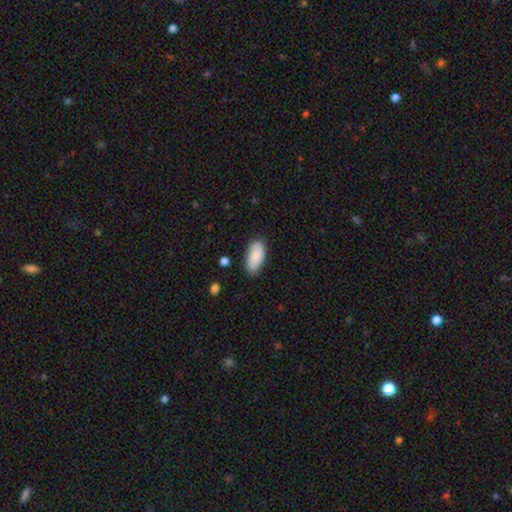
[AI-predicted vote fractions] Smooth or featured?
  - smooth: 84% *
  - featured or disk: 10%
  - star or artifact: 6%
How rounded?
  - in between: 92% *
  - cigar-shaped: 6%
  - round: 2%
Merging?
  - none: 79% *
  - minor disturbance: 16%
  - major disturbance: 3%
  - merger: 2%